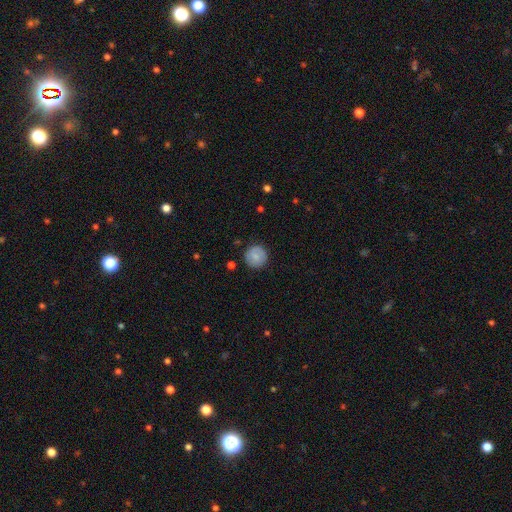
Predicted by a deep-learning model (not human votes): This appears to be a smooth galaxy with no disk features (75%) that is round (94%). Merging: none (88%).